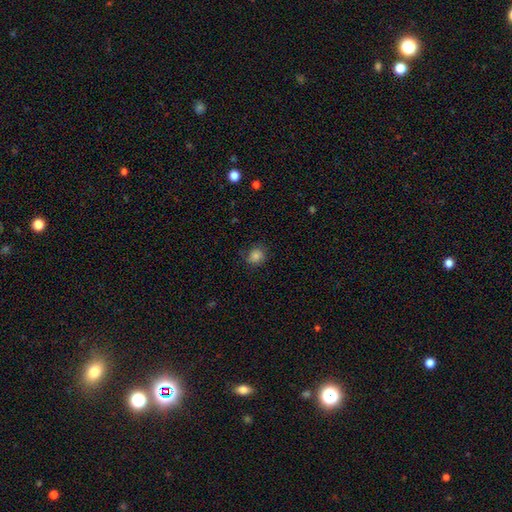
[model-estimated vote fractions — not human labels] Overall: smooth (81%). How rounded: round (76%). Merging: none (74%).